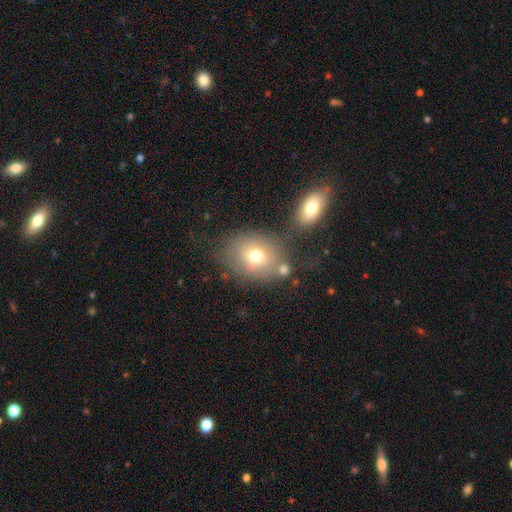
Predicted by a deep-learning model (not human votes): Smooth or featured? smooth (70%)
How rounded? in between (59%)
Merging? none (58%)